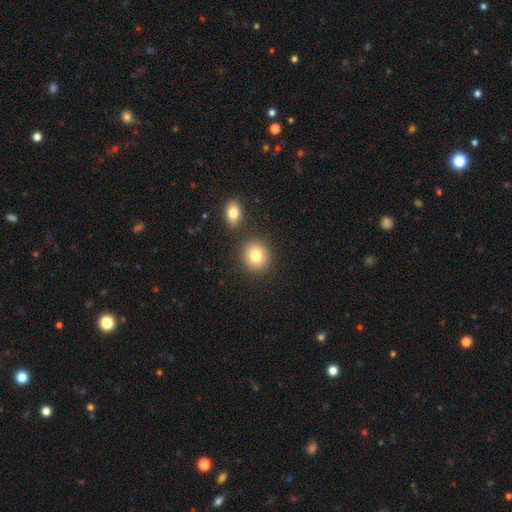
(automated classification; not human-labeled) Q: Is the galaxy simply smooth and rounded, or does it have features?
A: smooth — 81%.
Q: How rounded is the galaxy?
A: round — 82%.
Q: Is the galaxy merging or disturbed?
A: none — 81%.